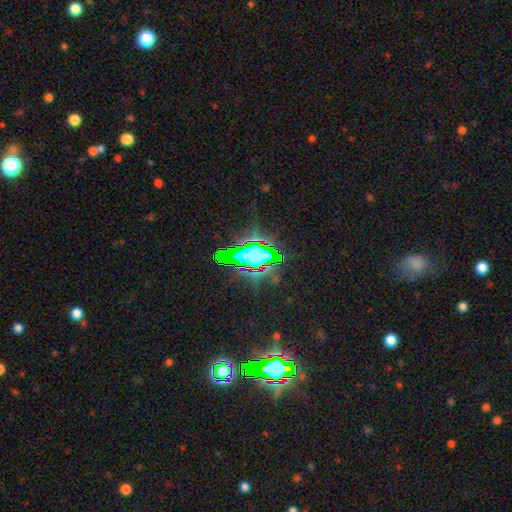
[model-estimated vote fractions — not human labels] Smooth or featured? star or artifact (65%)